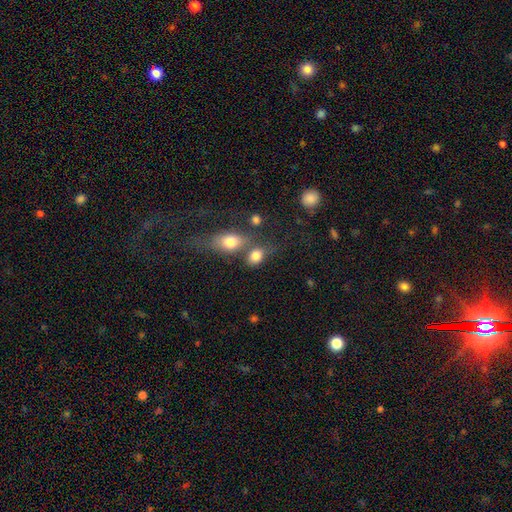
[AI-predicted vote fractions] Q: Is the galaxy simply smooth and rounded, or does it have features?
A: smooth — 81%.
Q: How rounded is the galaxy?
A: in between — 67%.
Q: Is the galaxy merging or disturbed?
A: none — 44%.